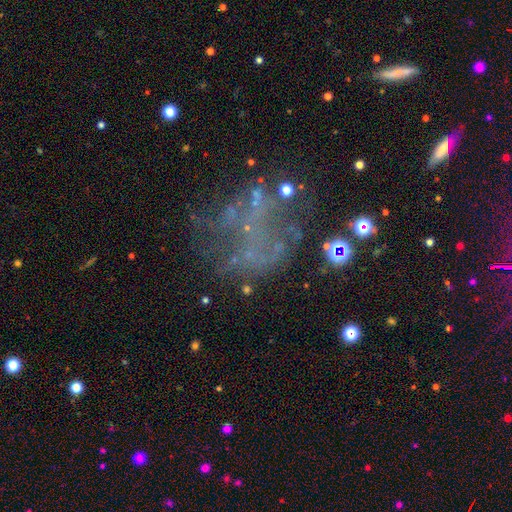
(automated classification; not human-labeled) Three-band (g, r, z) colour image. It shows a featured or disk galaxy (46%). Merging: none (46%).